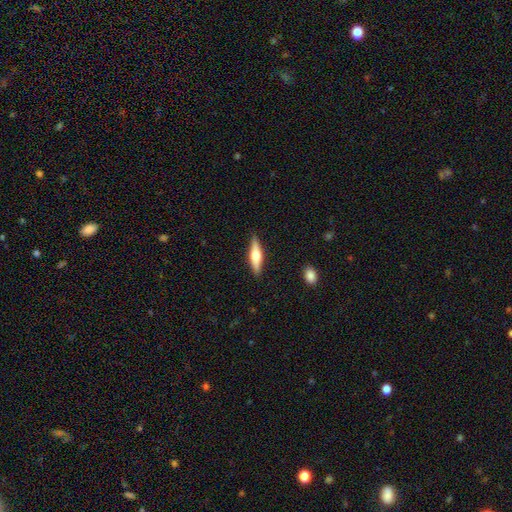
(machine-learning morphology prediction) type=featured or disk (53%); edge-on=yes (95%); edge-on bulge=rounded (90%); merging=none (89%).